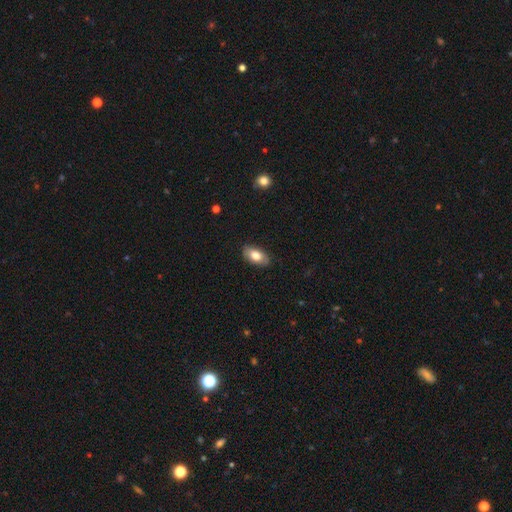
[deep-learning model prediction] A smooth galaxy with no disk features (77%) that is in between round and cigar-shaped (93%).

Vote fractions:
- Smooth or featured? smooth: 77% / featured or disk: 17% / star or artifact: 6%
- How rounded? in between: 93% / round: 4% / cigar-shaped: 3%
- Merging? none: 86% / minor disturbance: 11% / major disturbance: 2% / merger: 1%